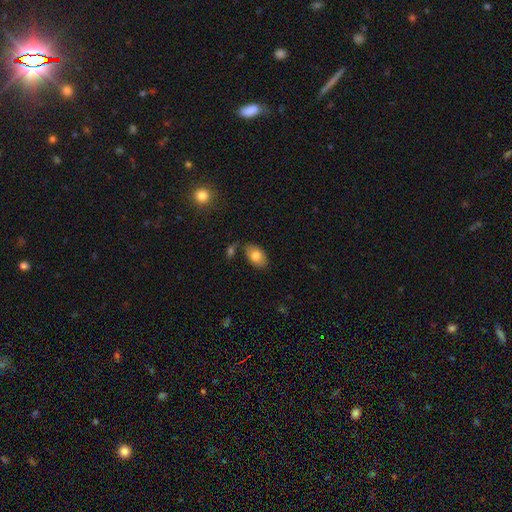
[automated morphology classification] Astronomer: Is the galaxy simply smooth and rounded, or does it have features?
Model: smooth — 79%.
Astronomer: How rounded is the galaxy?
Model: in between — 90%.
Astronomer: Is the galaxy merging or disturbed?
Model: none — 74%.